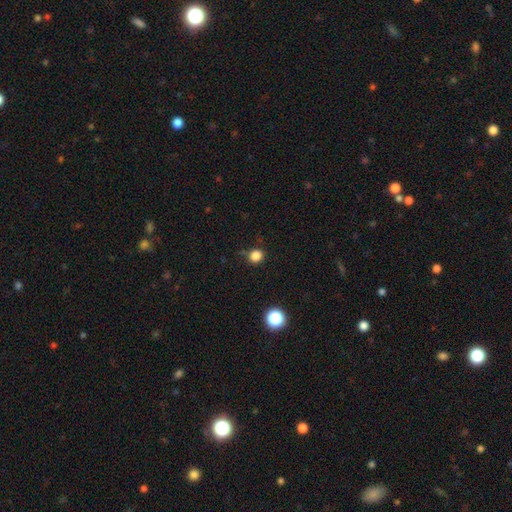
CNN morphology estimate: smooth 83%, star or artifact 14%, featured or disk 4%. Down the decision tree: how rounded — round (87%); merging — none (77%).